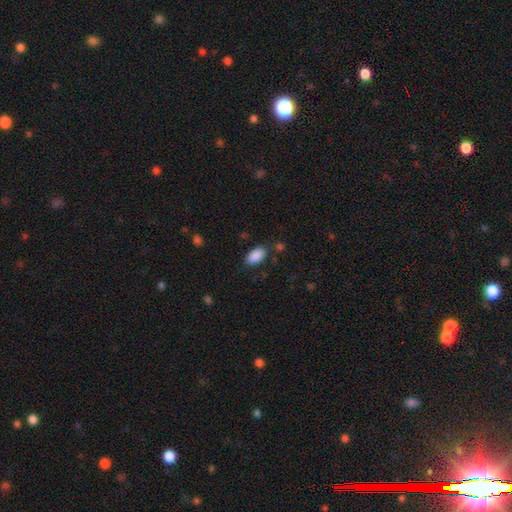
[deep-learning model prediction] This appears to be a smooth galaxy with no disk features (89%) that is in between round and cigar-shaped (94%). Merging: none (81%).